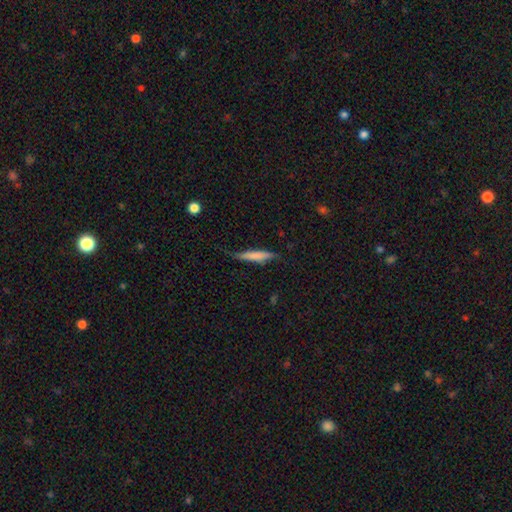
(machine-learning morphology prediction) type=smooth (68%); roundness=cigar-shaped (89%); merging=none (66%).